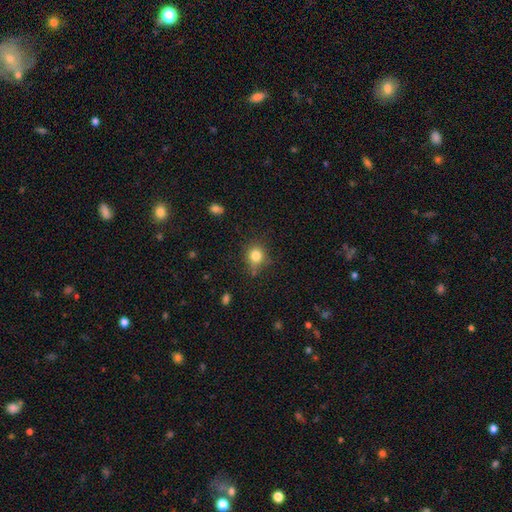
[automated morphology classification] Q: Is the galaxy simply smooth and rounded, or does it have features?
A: smooth — 81%.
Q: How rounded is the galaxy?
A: round — 79%.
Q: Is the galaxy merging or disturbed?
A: none — 73%.